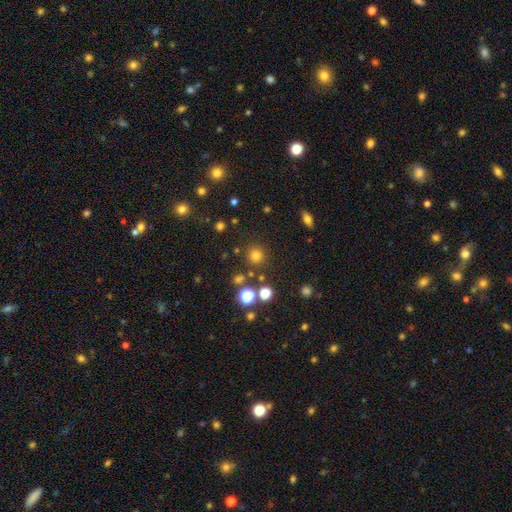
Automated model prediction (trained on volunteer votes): Smooth or featured? smooth (77%)
How rounded? round (93%)
Merging? none (85%)